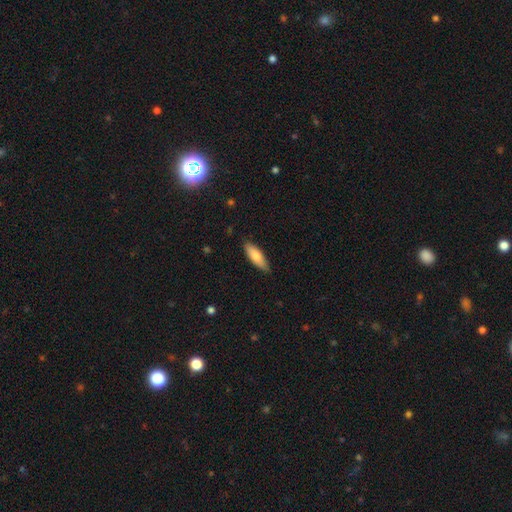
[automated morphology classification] This is likely a smooth galaxy (78%). How rounded: possibly in between (59%). Merging: clearly none (85%).